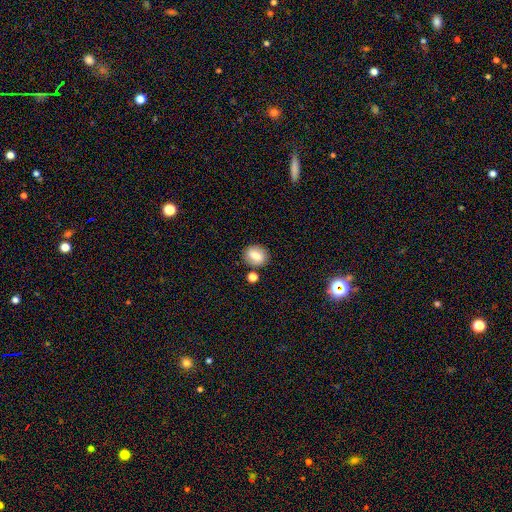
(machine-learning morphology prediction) Q: Smooth or featured?
A: smooth (76%); runner-up: featured or disk (14%)
Q: How rounded?
A: round (67%); runner-up: in between (32%)
Q: Merging?
A: none (80%); runner-up: minor disturbance (11%)